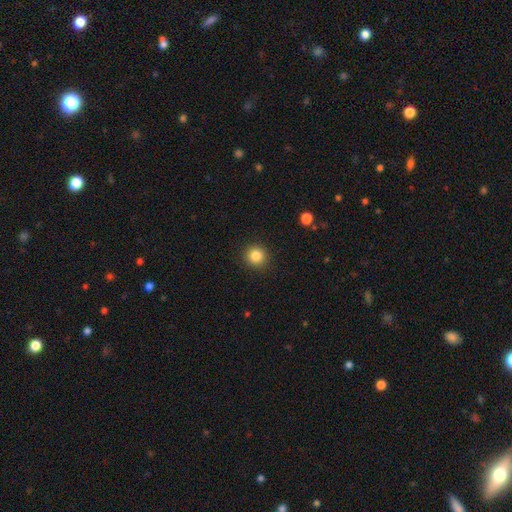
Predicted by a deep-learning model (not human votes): smooth 84%, star or artifact 11%, featured or disk 5%. Down the decision tree: how rounded — round (93%); merging — none (92%).